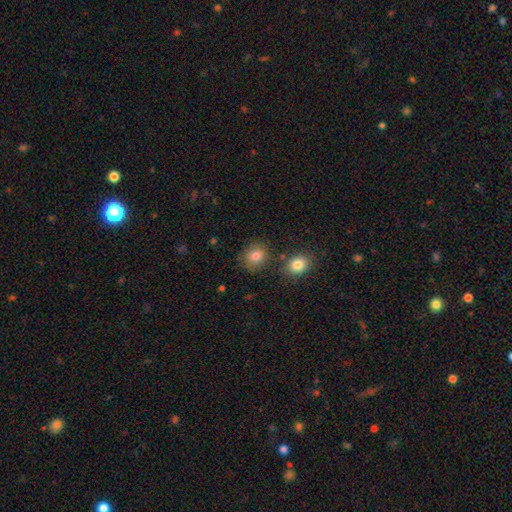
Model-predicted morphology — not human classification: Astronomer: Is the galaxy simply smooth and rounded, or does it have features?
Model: smooth — 82%.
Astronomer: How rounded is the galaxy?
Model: round — 76%.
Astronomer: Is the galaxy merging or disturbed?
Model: none — 80%.